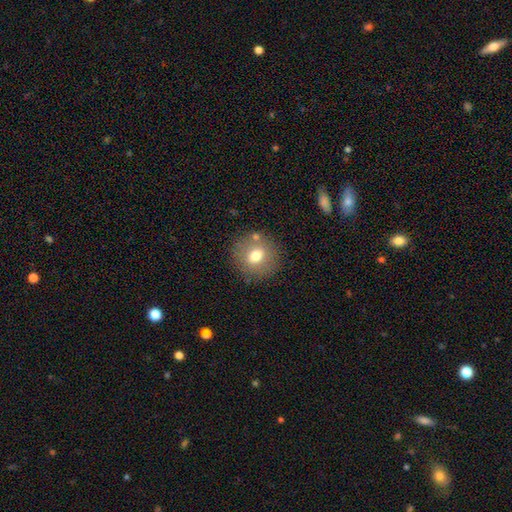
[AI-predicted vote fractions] Morphology: type=smooth (70%); roundness=round (86%); merging=none (82%).